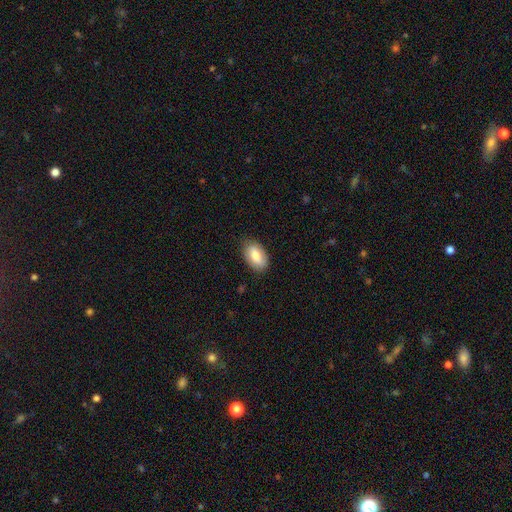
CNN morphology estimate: Smooth or featured: smooth — 80% (featured or disk — 14%)
How rounded: in between — 93% (round — 6%)
Merging: none — 84% (minor disturbance — 13%)